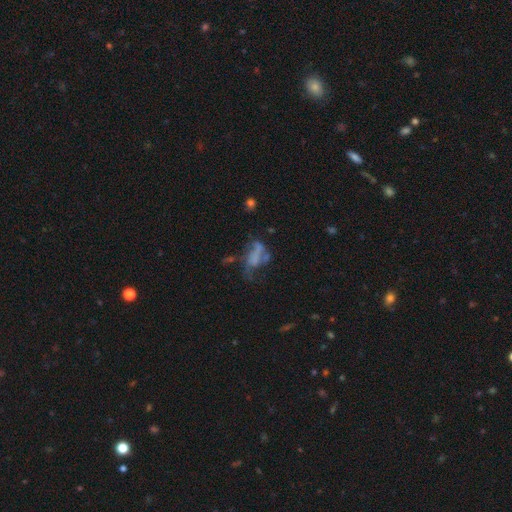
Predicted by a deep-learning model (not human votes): smooth-or-featured: featured or disk: 45% | smooth: 37% | star or artifact: 18%
  merging: major disturbance: 43% | none: 25% | minor disturbance: 17% | merger: 15%